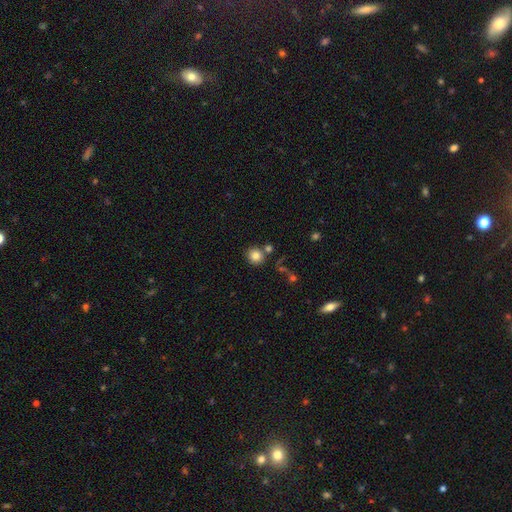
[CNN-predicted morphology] Smooth or featured? smooth (82%)
How rounded? round (87%)
Merging? none (77%)